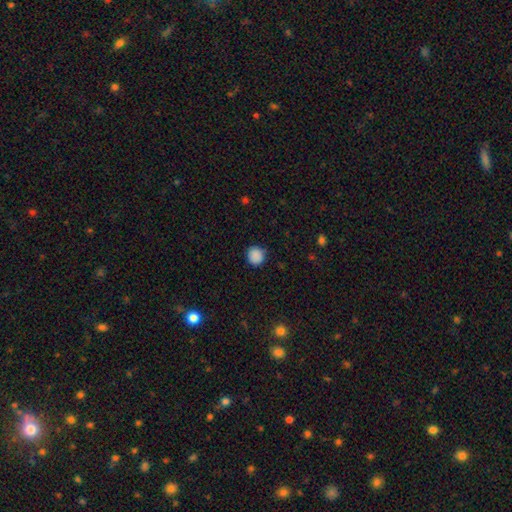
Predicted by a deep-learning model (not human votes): The model was most divided on "merging": none: 86%, minor disturbance: 10%, major disturbance: 3%, merger: 1%. More confident: how rounded — round (89%); smooth or featured — smooth (88%).